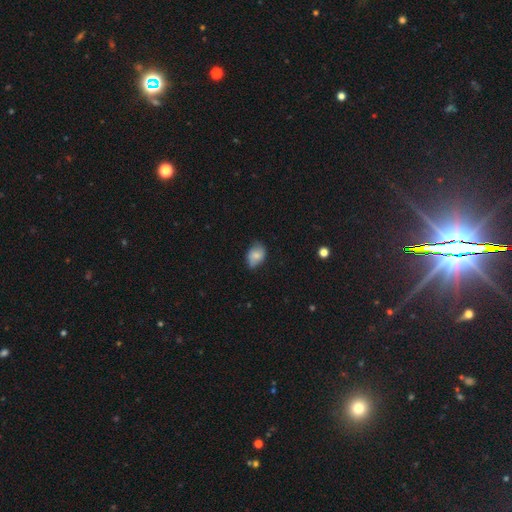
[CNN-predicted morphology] Smooth or featured? Predicted: smooth (p=0.72). How rounded? Predicted: in between (p=0.75). Merging? Predicted: none (p=0.59).